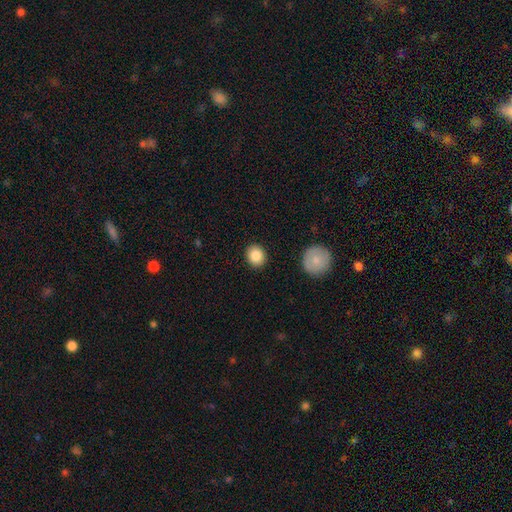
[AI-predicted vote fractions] smooth_or_featured: smooth (p=0.86) [alt: star or artifact p=0.08]
how_rounded: round (p=0.73) [alt: in between p=0.26]
merging: none (p=0.90) [alt: minor disturbance p=0.07]